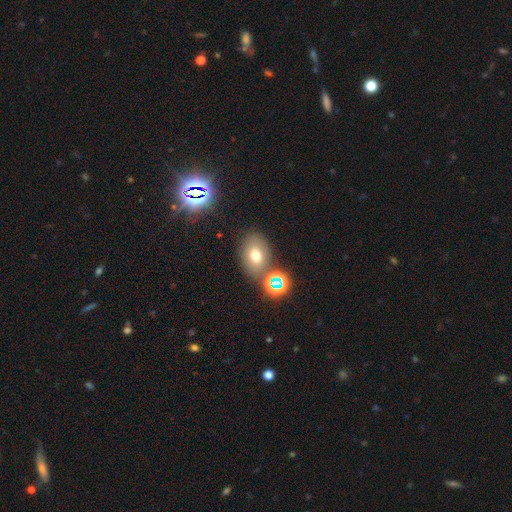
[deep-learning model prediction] Smooth or featured: smooth — 68% (star or artifact — 17%)
How rounded: in between — 68% (round — 30%)
Merging: none — 71% (minor disturbance — 13%)